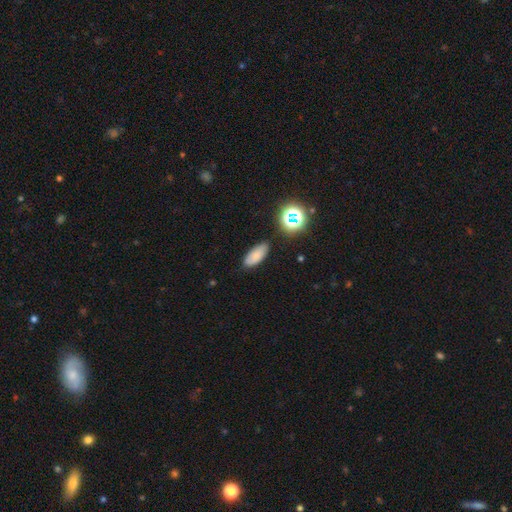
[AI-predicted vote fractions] A smooth galaxy with no disk features (76%) that is in between round and cigar-shaped (84%). Merging: none (81%).